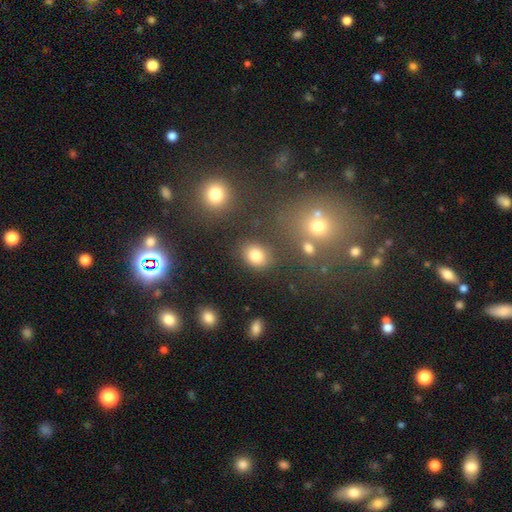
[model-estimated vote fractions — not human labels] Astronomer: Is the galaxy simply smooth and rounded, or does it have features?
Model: smooth — 80%.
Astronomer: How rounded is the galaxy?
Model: in between — 52% (runner-up: round, 47%).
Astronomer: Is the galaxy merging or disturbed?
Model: none — 78%.